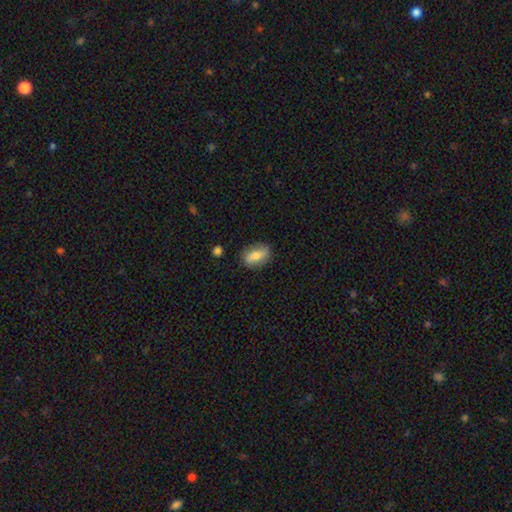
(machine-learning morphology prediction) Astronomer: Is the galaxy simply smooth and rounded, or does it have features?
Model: smooth — 70%.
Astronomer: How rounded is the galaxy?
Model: in between — 83%.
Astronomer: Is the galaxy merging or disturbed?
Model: none — 81%.